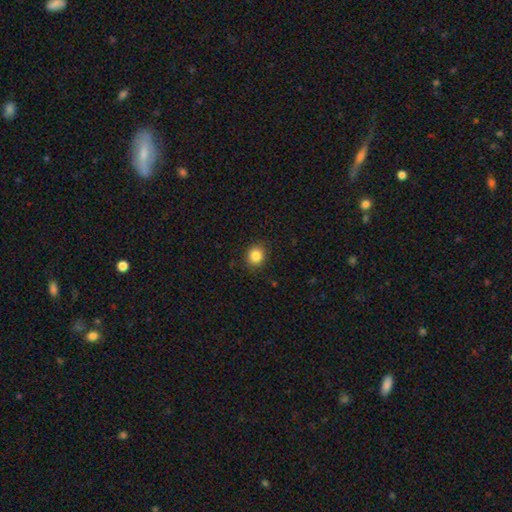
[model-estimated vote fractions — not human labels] smooth 86%, star or artifact 10%, featured or disk 4%. Down the decision tree: how rounded — round (79%); merging — none (89%).